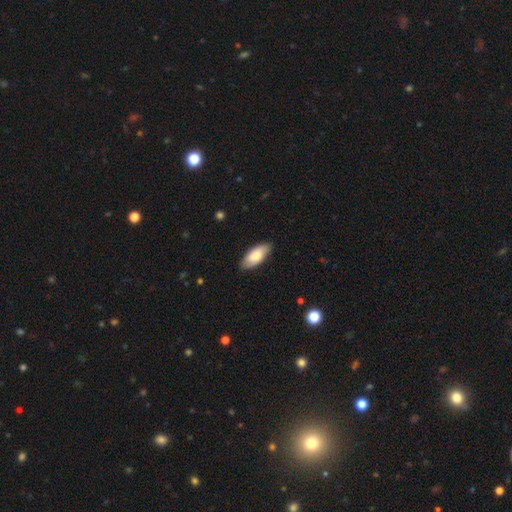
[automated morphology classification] This appears to be a smooth galaxy with no disk features (79%) that is in between round and cigar-shaped (87%). Merging: none (85%).